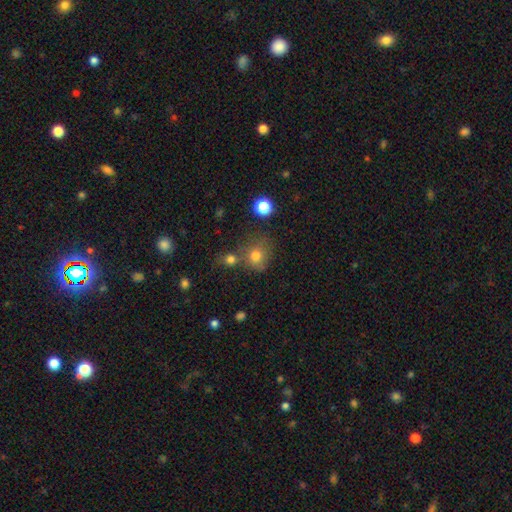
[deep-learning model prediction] Smooth or featured?
  - smooth: 76% *
  - star or artifact: 14%
  - featured or disk: 10%
How rounded?
  - round: 81% *
  - in between: 18%
  - cigar-shaped: 1%
Merging?
  - none: 55% *
  - merger: 23%
  - minor disturbance: 15%
  - major disturbance: 8%